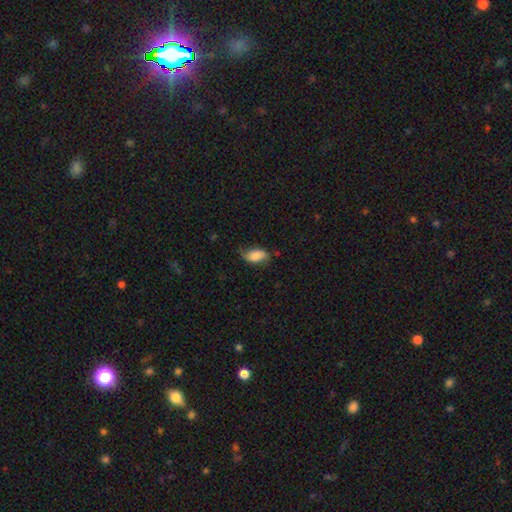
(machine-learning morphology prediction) smooth 66%, featured or disk 26%, star or artifact 8%. Down the decision tree: how rounded — in between (91%); merging — none (60%).